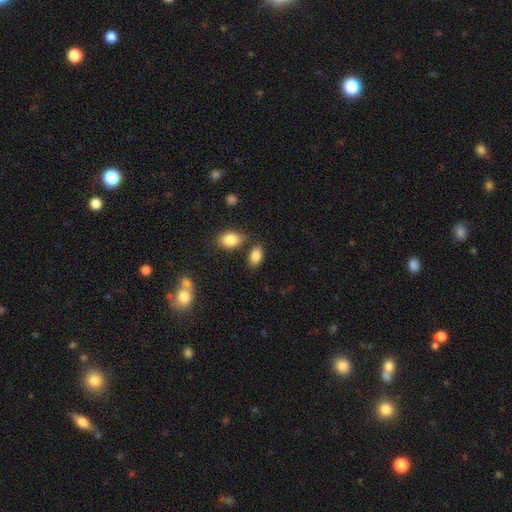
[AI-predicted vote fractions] Smooth or featured? smooth (85%)
How rounded? in between (91%)
Merging? none (71%)